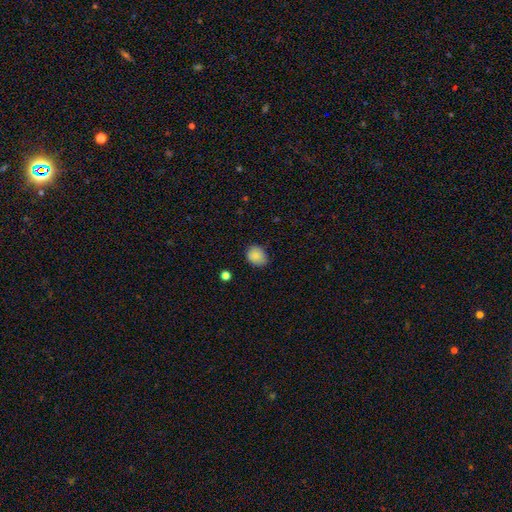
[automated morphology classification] Smooth or featured: smooth — 86% (star or artifact — 9%)
How rounded: round — 60% (in between — 39%)
Merging: none — 76% (minor disturbance — 20%)